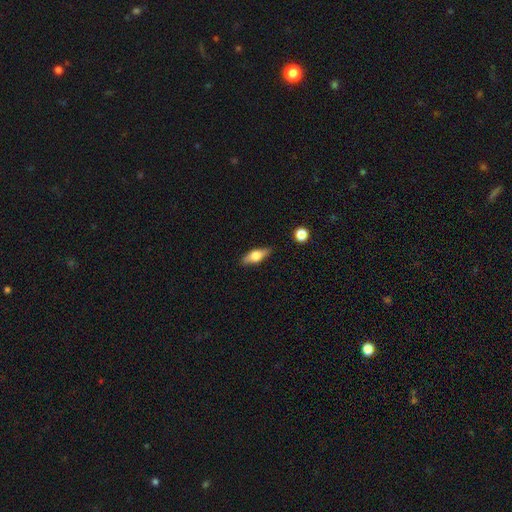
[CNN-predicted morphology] type=smooth (56%); roundness=in between (64%); merging=none (84%).